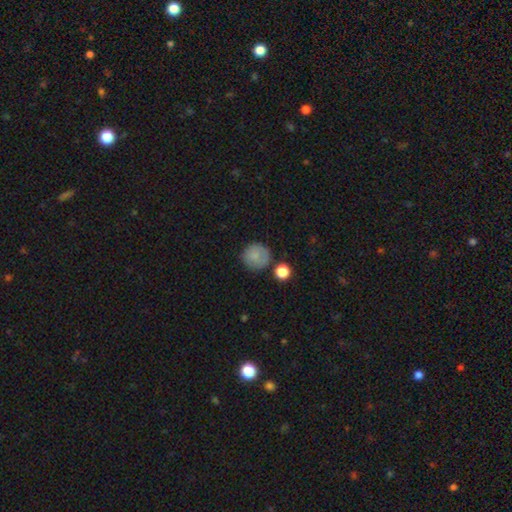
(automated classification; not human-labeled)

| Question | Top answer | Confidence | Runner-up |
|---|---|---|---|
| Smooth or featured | smooth | 78% | featured or disk (13%) |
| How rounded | round | 93% | in between (6%) |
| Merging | none | 76% | minor disturbance (14%) |